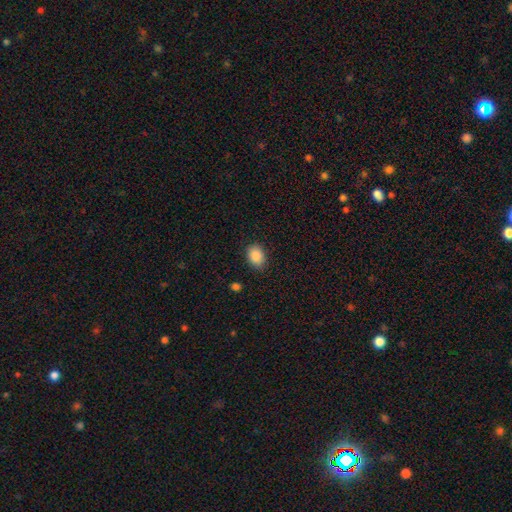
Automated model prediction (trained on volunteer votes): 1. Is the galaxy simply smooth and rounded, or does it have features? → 88% smooth, 8% star or artifact, 4% featured or disk.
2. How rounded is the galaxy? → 66% in between, 33% round, 1% cigar-shaped.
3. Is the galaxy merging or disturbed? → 84% none, 12% minor disturbance, 3% major disturbance, 1% merger.